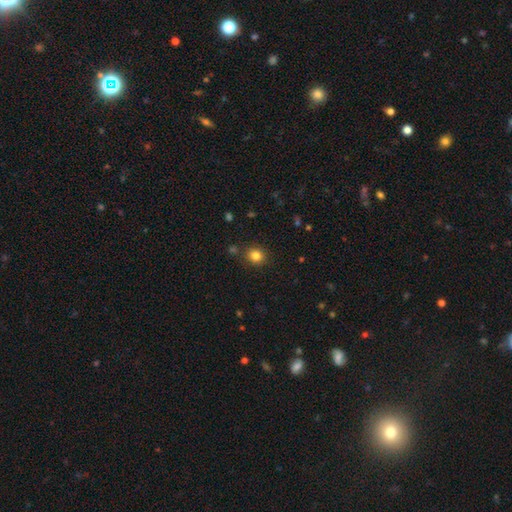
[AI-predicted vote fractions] Morphology: type=smooth (82%); roundness=round (84%); merging=none (86%).